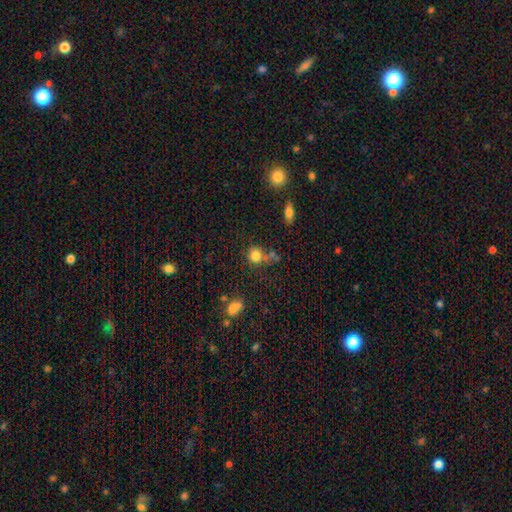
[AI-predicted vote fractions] smooth-or-featured: smooth: 81% | star or artifact: 12% | featured or disk: 7%
  how-rounded: round: 80% | in between: 19% | cigar-shaped: 1%
  merging: none: 54% | merger: 19% | minor disturbance: 18% | major disturbance: 9%